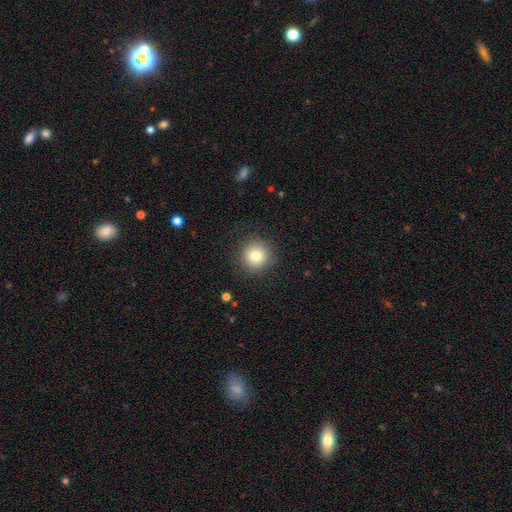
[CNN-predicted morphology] smooth 80%, star or artifact 11%, featured or disk 9%. Down the decision tree: how rounded — round (94%); merging — none (88%).